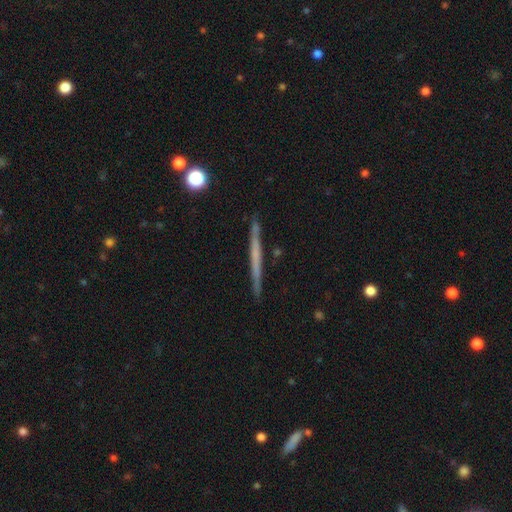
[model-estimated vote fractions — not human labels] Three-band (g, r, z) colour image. It shows a featured or disk galaxy (54%) viewed edge-on (97%) with no central bulge (90%). Merging: none (90%).